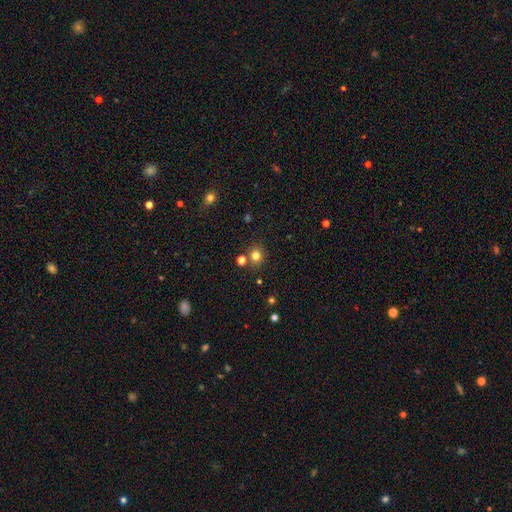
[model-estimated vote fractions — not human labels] smooth_or_featured: smooth (p=0.77) [alt: star or artifact p=0.16]
how_rounded: round (p=0.83) [alt: in between p=0.16]
merging: none (p=0.80) [alt: minor disturbance p=0.09]